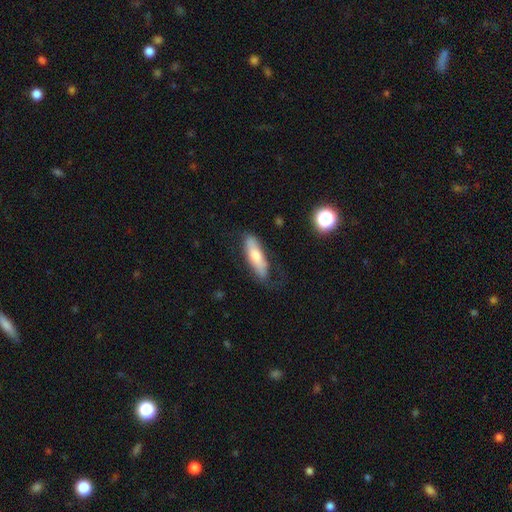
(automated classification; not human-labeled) Smooth or featured? Predicted: smooth (p=0.65). How rounded? Predicted: cigar-shaped (p=0.53). Merging? Predicted: none (p=0.65).